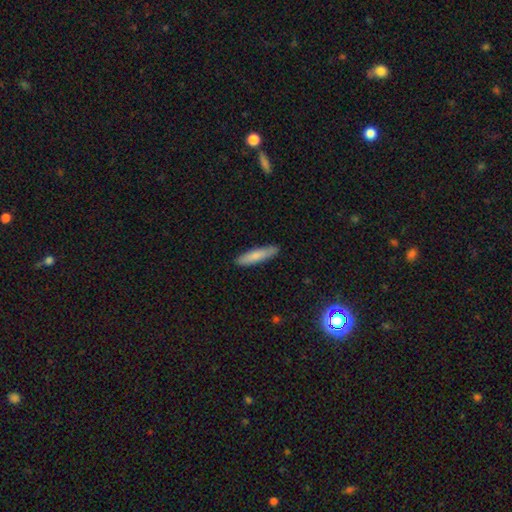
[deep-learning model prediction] smooth-or-featured: smooth: 78% | featured or disk: 16% | star or artifact: 6%
  how-rounded: cigar-shaped: 83% | in between: 16% | round: 1%
  merging: none: 87% | minor disturbance: 10% | major disturbance: 2% | merger: 1%